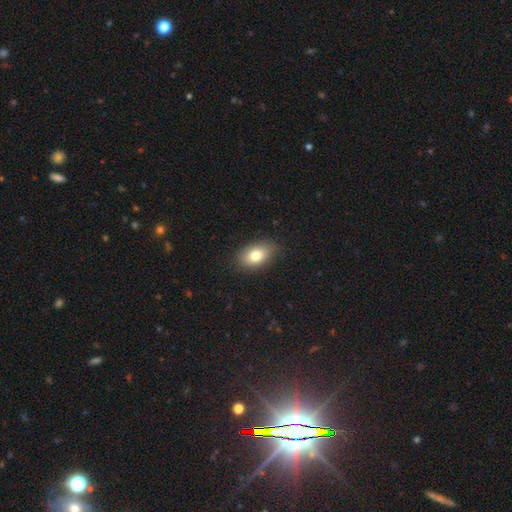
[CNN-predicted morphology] smooth-or-featured: smooth: 79% | featured or disk: 13% | star or artifact: 8%
  how-rounded: in between: 89% | round: 9% | cigar-shaped: 2%
  merging: none: 85% | minor disturbance: 11% | major disturbance: 3% | merger: 1%